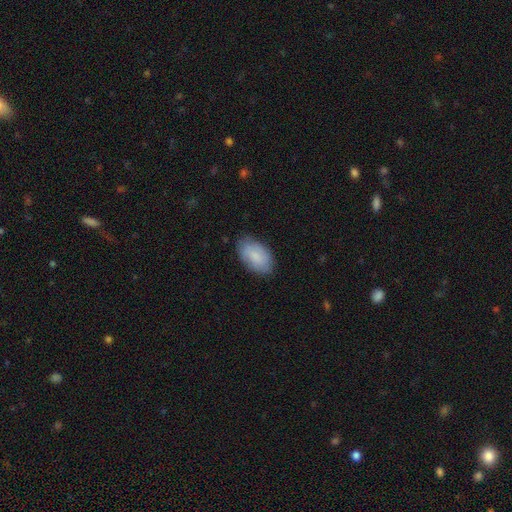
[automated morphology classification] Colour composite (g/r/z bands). It shows a smooth galaxy with no disk features (82%) that is in between round and cigar-shaped (94%). Merging: none (79%).